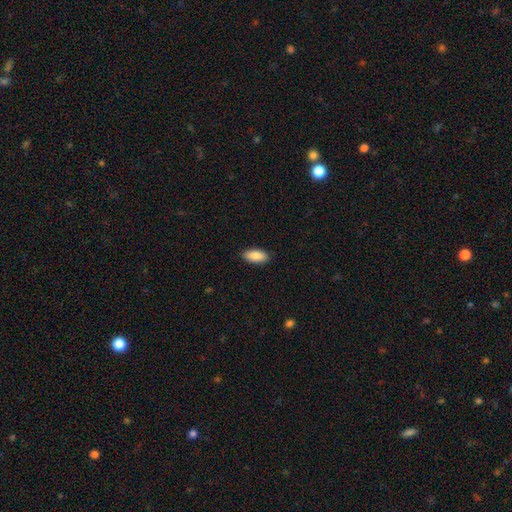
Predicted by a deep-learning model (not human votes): Smooth or featured: smooth — 88% (star or artifact — 6%)
How rounded: in between — 89% (cigar-shaped — 9%)
Merging: none — 89% (minor disturbance — 8%)